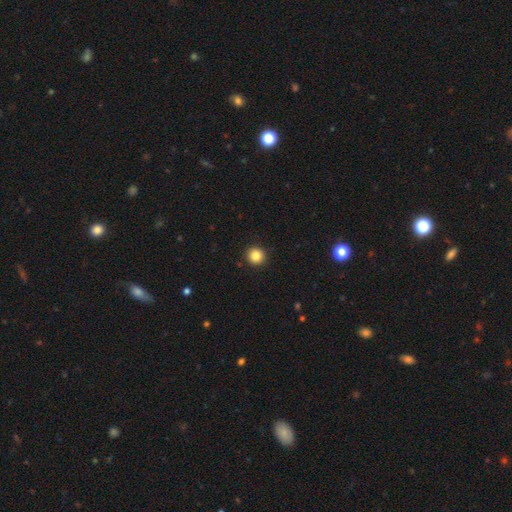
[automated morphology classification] type=smooth (86%); roundness=round (95%); merging=none (93%).